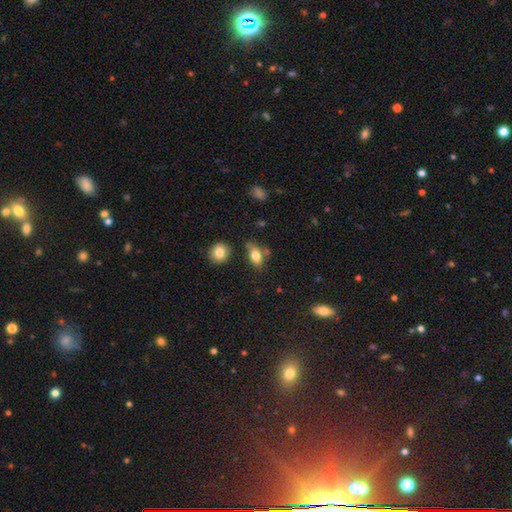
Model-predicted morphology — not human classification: type=smooth (78%); roundness=in between (84%); merging=none (63%).